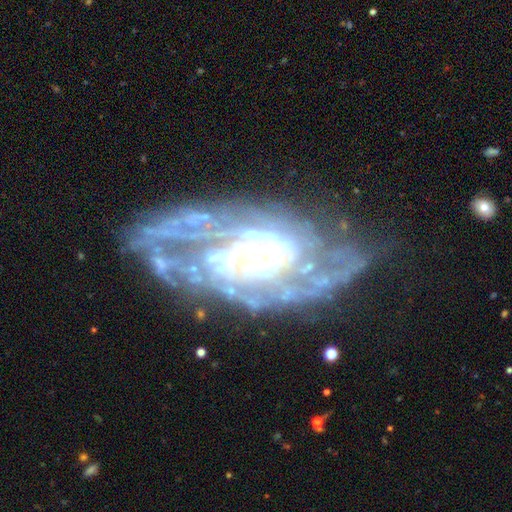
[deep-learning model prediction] A featured or disk galaxy (86%) with no bar (58%), tight (60%) spiral arms (90%) and a moderate central bulge (40%, tied with small).

Vote fractions:
- Smooth or featured? featured or disk: 86% / star or artifact: 8% / smooth: 6%
- Edge-on disk? no: 94% / yes: 6%
- Bar? no: 58% / weak: 28% / strong: 14%
- Spiral arms? yes: 90% / no: 10%
- Spiral winding? tight: 60% / medium: 31% / loose: 10%
- Spiral arm count? can't tell: 35% / 2: 28% / 3: 14% / 4: 9% / more than 4: 8% / 1: 6%
- Bulge size? moderate: 40% (tied) / small: 40% (tied) / large: 11% / none: 6% / dominant: 2%
- Merging? none: 62% / minor disturbance: 20% / major disturbance: 14% / merger: 4%